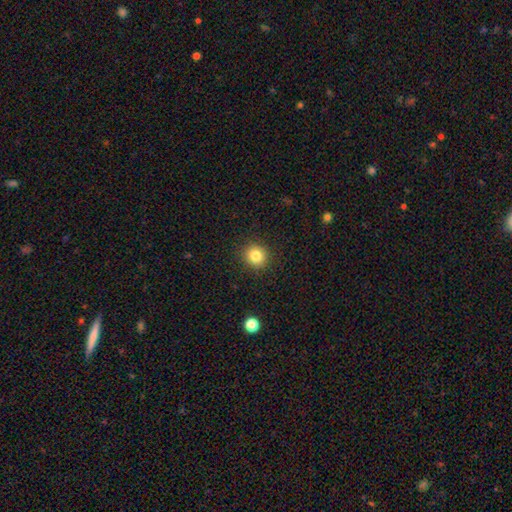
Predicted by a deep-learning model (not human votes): smooth 83%, star or artifact 11%, featured or disk 6%. Down the decision tree: how rounded — round (90%); merging — none (90%).